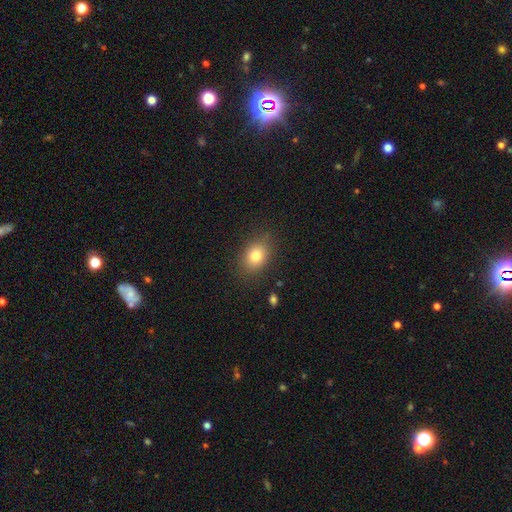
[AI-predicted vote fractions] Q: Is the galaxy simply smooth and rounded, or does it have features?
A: smooth — 79%.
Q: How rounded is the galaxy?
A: in between — 66%.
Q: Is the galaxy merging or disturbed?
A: none — 83%.